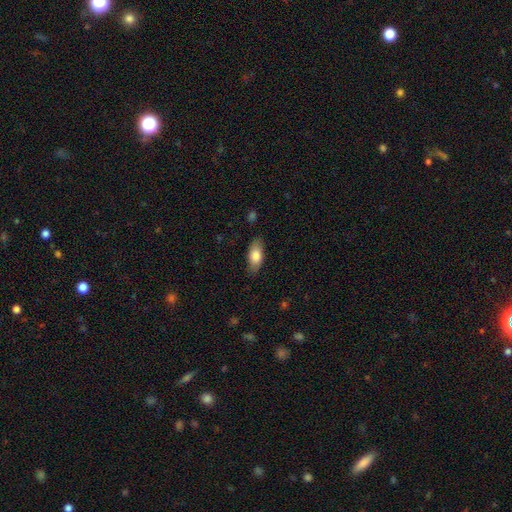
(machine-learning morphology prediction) Overall: smooth (80%). How rounded: in between (85%). Merging: none (83%).